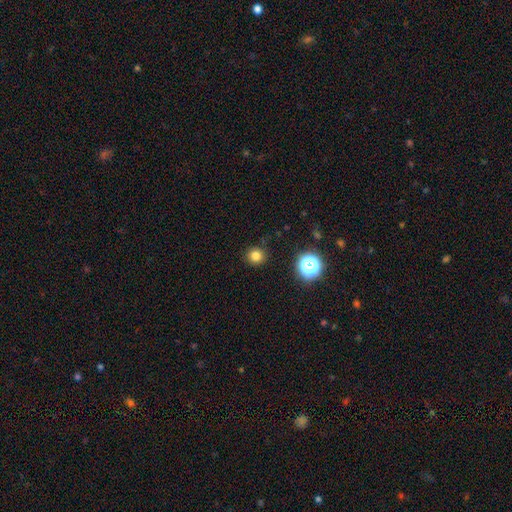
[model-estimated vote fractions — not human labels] smooth 80%, star or artifact 15%, featured or disk 5%. Down the decision tree: how rounded — round (93%); merging — none (90%).